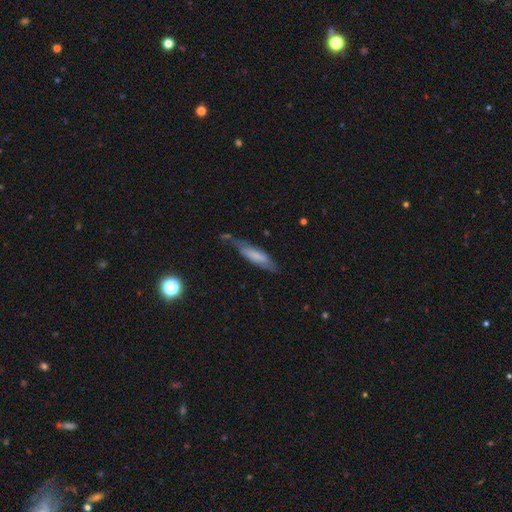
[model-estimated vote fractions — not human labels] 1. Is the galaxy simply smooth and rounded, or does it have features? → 56% smooth, 37% featured or disk, 7% star or artifact.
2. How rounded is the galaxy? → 71% cigar-shaped, 27% in between, 2% round.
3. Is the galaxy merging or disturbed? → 52% none, 30% minor disturbance, 14% major disturbance, 4% merger.